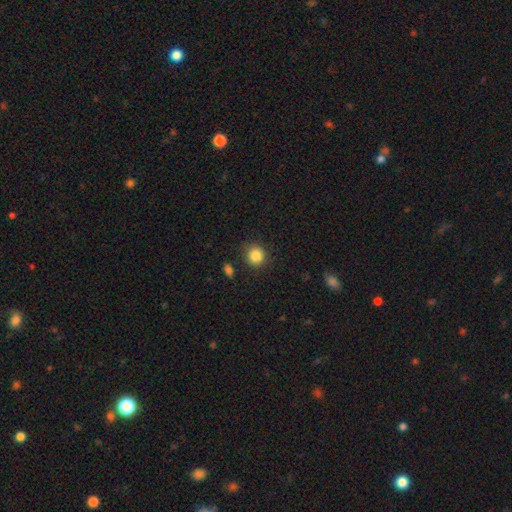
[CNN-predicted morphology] Q: Smooth or featured?
A: smooth (85%); runner-up: star or artifact (10%)
Q: How rounded?
A: round (88%); runner-up: in between (11%)
Q: Merging?
A: none (85%); runner-up: minor disturbance (9%)